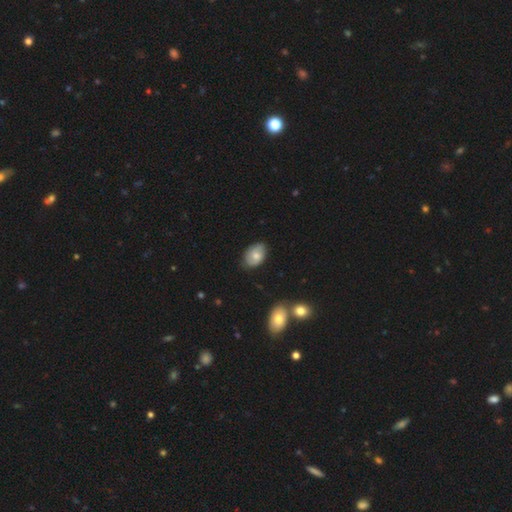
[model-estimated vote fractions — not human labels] smooth-or-featured: smooth: 65% | featured or disk: 28% | star or artifact: 7%
  how-rounded: in between: 85% | round: 13% | cigar-shaped: 1%
  merging: none: 76% | minor disturbance: 18% | major disturbance: 3% | merger: 2%